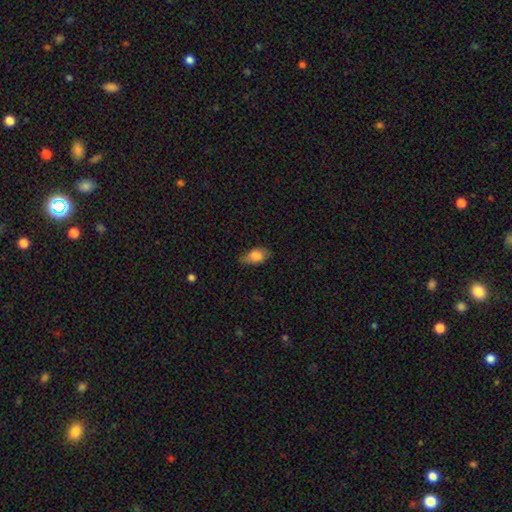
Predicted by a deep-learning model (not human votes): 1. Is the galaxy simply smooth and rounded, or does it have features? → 77% smooth, 15% featured or disk, 7% star or artifact.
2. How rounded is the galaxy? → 88% in between, 7% round, 5% cigar-shaped.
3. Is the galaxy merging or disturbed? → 64% none, 29% minor disturbance, 6% major disturbance, 1% merger.